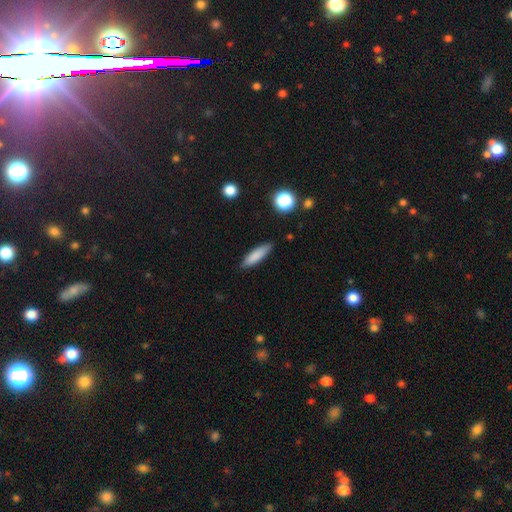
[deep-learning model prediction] A smooth galaxy with no disk features (83%) that is cigar-shaped (67%).

Vote fractions:
- Smooth or featured? smooth: 83% / featured or disk: 10% / star or artifact: 7%
- How rounded? cigar-shaped: 67% / in between: 31% / round: 2%
- Merging? none: 85% / minor disturbance: 11% / major disturbance: 2% / merger: 1%